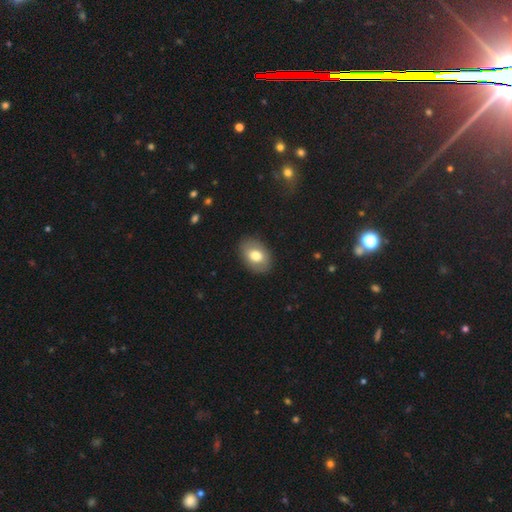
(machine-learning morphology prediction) smooth_or_featured: smooth (p=0.73) [alt: featured or disk p=0.20]
how_rounded: in between (p=0.82) [alt: round p=0.17]
merging: none (p=0.87) [alt: minor disturbance p=0.10]